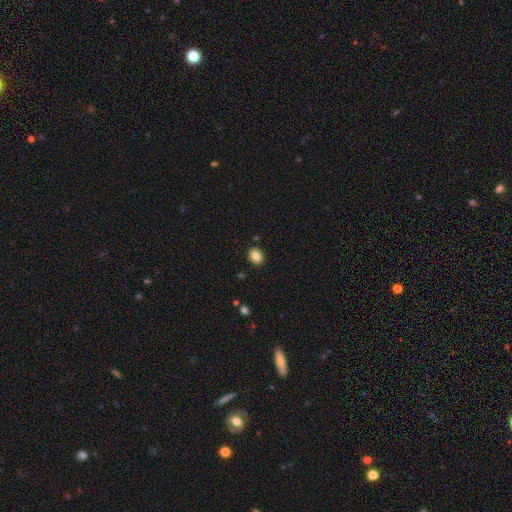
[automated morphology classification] type=smooth (85%); roundness=in between (59%); merging=none (89%).